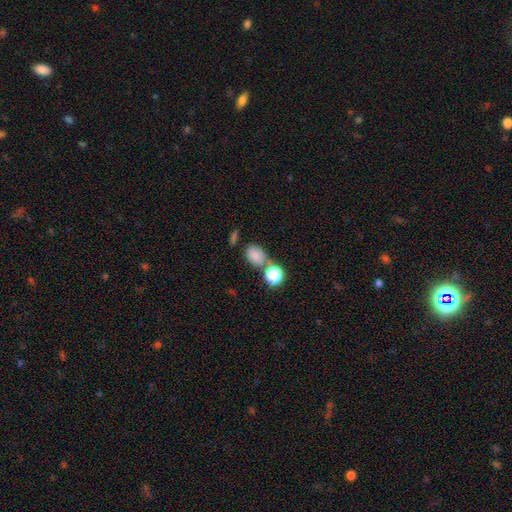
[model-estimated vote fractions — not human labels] Smooth or featured?
  - smooth: 79% *
  - star or artifact: 14%
  - featured or disk: 7%
How rounded?
  - in between: 62% *
  - round: 37%
  - cigar-shaped: 2%
Merging?
  - none: 51% *
  - merger: 28%
  - minor disturbance: 15%
  - major disturbance: 6%